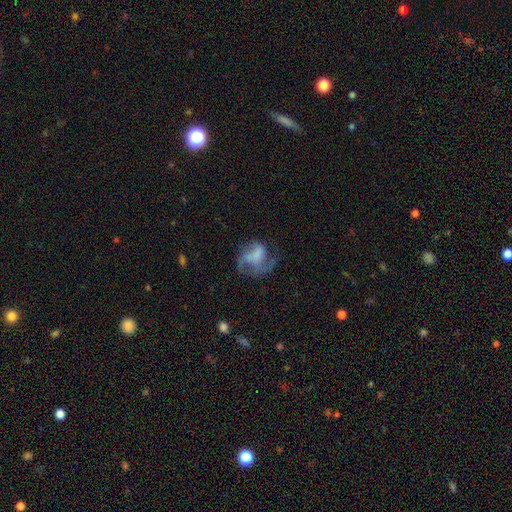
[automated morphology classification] Overall: featured or disk (50%; smooth 39%). Edge-on disk: no (98%). Merging: major disturbance (41%; none 34%).